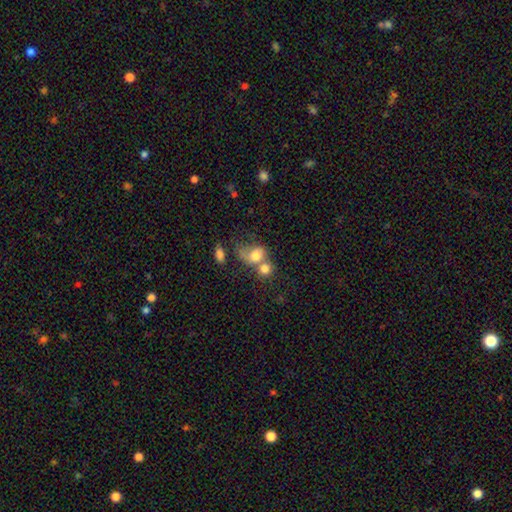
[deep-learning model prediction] Q: Smooth or featured?
A: smooth (72%); runner-up: featured or disk (18%)
Q: How rounded?
A: round (52%); runner-up: in between (46%)
Q: Merging?
A: merger (61%); runner-up: none (20%)